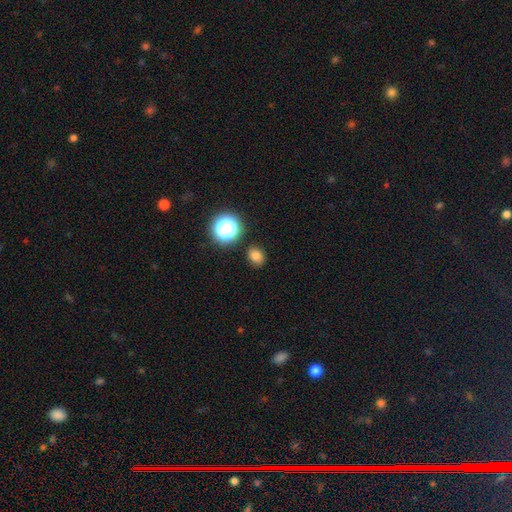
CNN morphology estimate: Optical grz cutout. It shows a smooth galaxy with no disk features (78%) that is round (59%). Merging: none (84%).